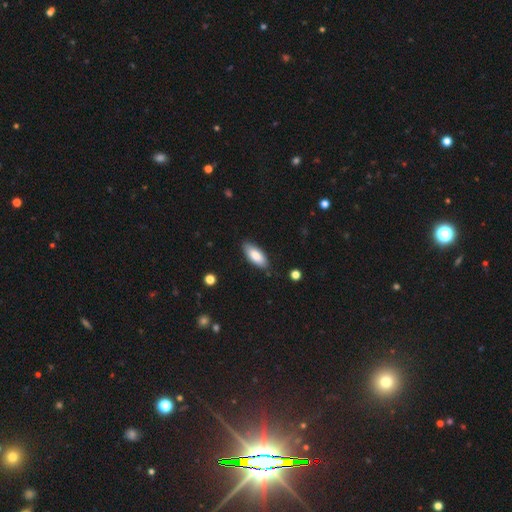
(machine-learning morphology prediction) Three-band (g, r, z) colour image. It shows a smooth galaxy with no disk features (84%) that is in between round and cigar-shaped (82%). Merging: none (83%).